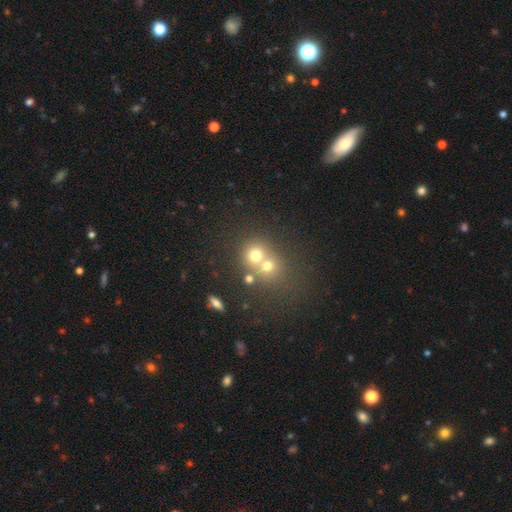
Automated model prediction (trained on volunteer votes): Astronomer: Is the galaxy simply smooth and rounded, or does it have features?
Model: smooth — 68%.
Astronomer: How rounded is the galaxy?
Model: round — 81%.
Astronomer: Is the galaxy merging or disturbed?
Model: merger — 56% (runner-up: none, 35%).